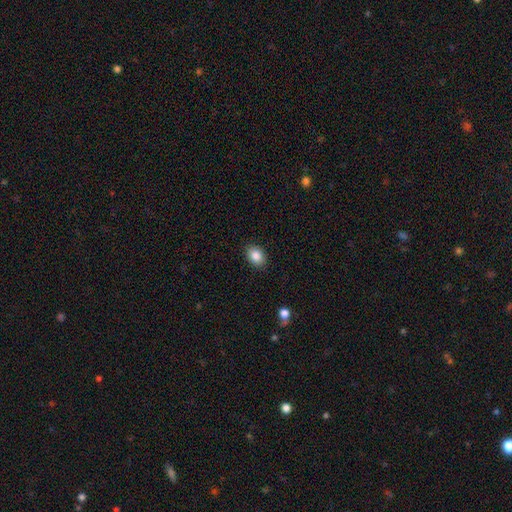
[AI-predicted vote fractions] A smooth galaxy with no disk features (85%) that is in between round and cigar-shaped (68%).

Vote fractions:
- Smooth or featured? smooth: 85% / star or artifact: 8% / featured or disk: 6%
- How rounded? in between: 68% / round: 31% / cigar-shaped: 1%
- Merging? none: 89% / minor disturbance: 8% / major disturbance: 2% / merger: 1%